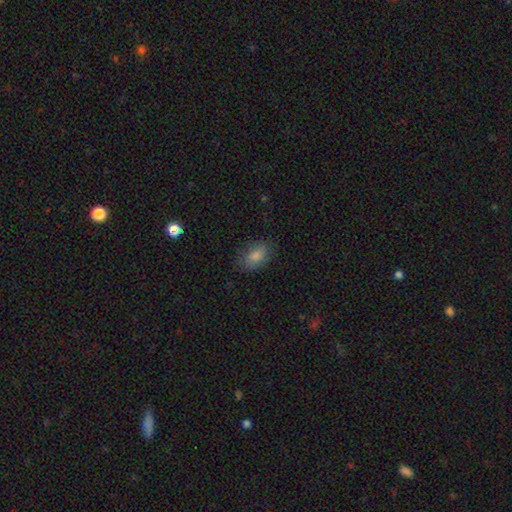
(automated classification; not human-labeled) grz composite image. It shows a smooth galaxy with no disk features (79%) that is in between round and cigar-shaped (88%). Merging: none (78%).